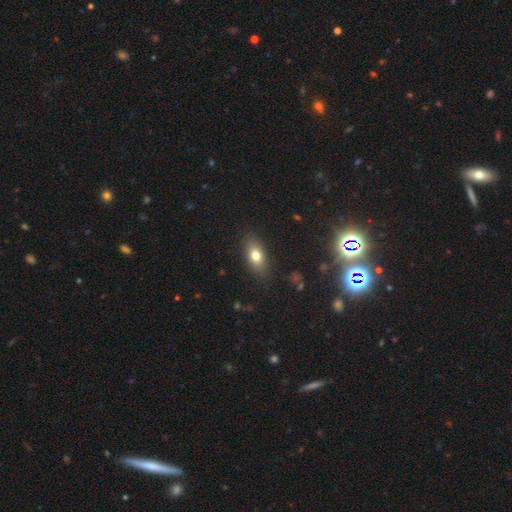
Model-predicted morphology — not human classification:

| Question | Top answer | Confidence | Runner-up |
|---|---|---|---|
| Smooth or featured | smooth | 75% | featured or disk (15%) |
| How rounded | in between | 83% | round (9%) |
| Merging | none | 84% | minor disturbance (12%) |